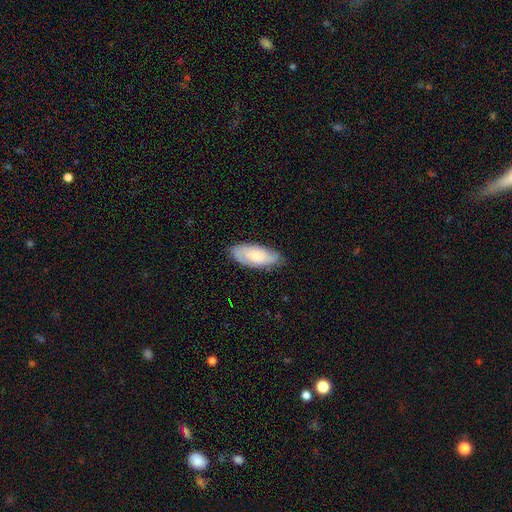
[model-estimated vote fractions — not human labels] smooth 49%, featured or disk 45%, star or artifact 7%. Down the decision tree: merging — none (77%).